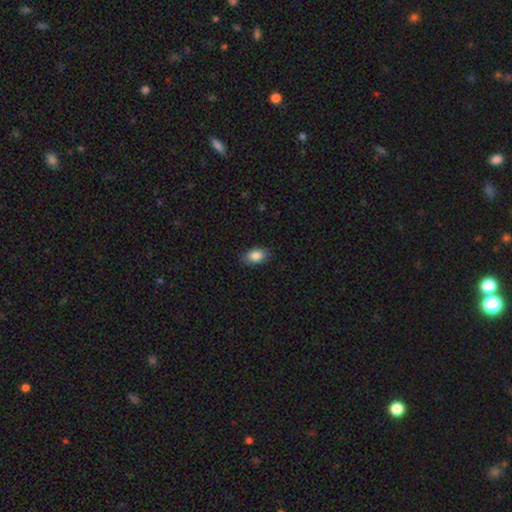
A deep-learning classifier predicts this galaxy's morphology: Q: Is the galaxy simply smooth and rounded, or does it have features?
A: smooth — 86%.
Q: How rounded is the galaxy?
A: in between — 88%.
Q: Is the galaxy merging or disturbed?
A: none — 87%.